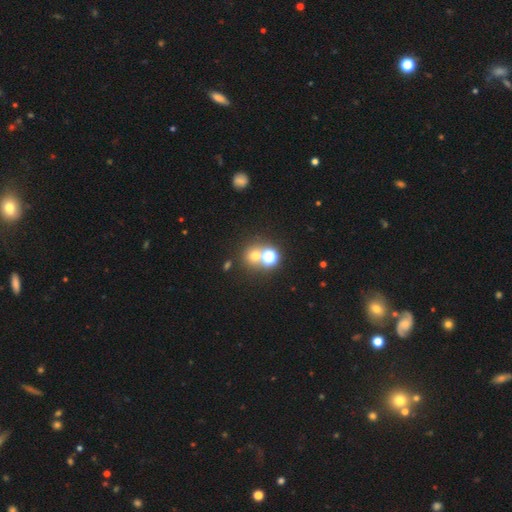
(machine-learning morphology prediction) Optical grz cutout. It shows a smooth galaxy with no disk features (59%) that is round (85%). Merging: none (62%).